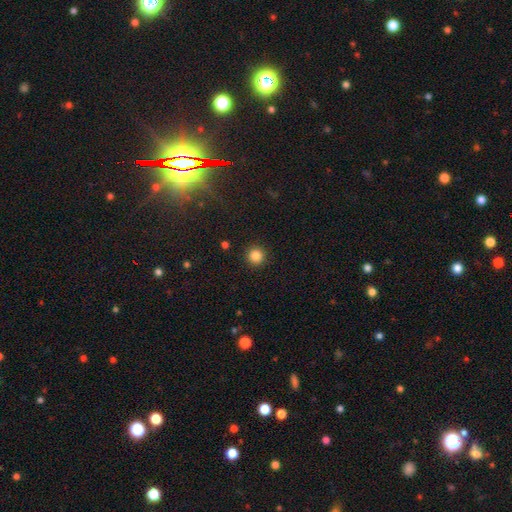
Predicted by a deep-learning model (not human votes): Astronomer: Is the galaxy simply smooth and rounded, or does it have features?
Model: smooth — 85%.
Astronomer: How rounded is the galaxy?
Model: round — 95%.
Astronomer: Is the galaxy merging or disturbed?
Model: none — 92%.